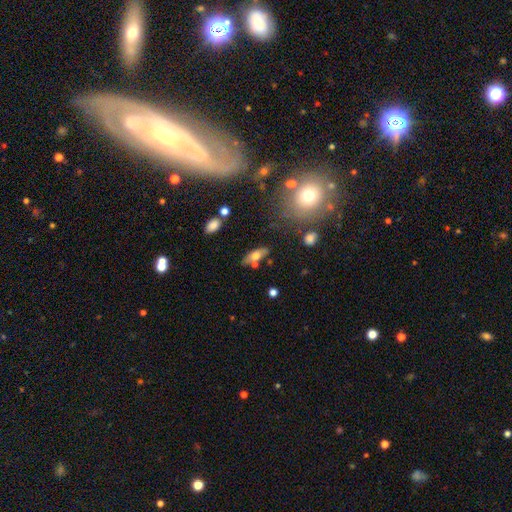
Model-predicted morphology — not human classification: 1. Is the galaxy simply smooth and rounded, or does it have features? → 64% smooth, 27% featured or disk, 9% star or artifact.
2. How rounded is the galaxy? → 72% in between, 24% cigar-shaped, 4% round.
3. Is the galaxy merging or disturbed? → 68% none, 16% minor disturbance, 11% merger, 5% major disturbance.